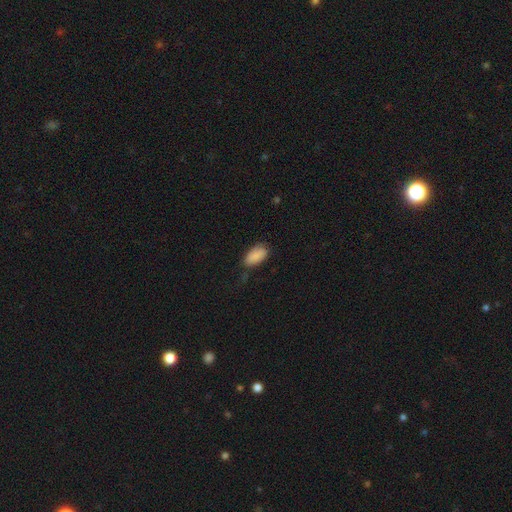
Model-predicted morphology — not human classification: Q: Smooth or featured?
A: smooth (88%); runner-up: star or artifact (7%)
Q: How rounded?
A: in between (94%); runner-up: round (3%)
Q: Merging?
A: none (65%); runner-up: minor disturbance (27%)